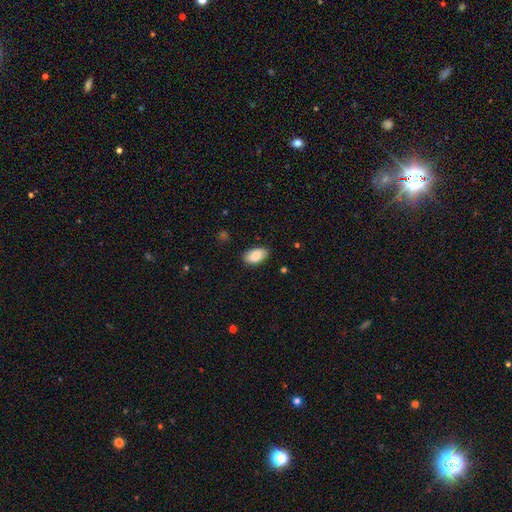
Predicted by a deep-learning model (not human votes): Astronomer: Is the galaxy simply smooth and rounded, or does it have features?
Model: smooth — 85%.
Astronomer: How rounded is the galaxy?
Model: in between — 93%.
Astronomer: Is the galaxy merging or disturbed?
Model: none — 84%.